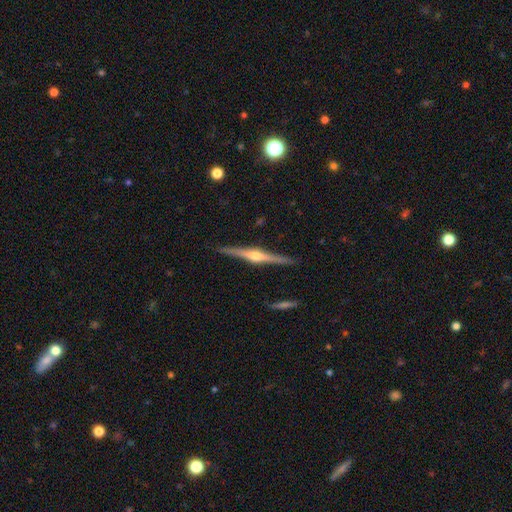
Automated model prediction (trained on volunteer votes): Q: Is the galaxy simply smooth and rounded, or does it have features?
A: featured or disk — 83%.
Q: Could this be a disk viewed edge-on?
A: yes — 98%.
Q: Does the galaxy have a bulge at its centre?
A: rounded — 93%.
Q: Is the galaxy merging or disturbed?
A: none — 91%.